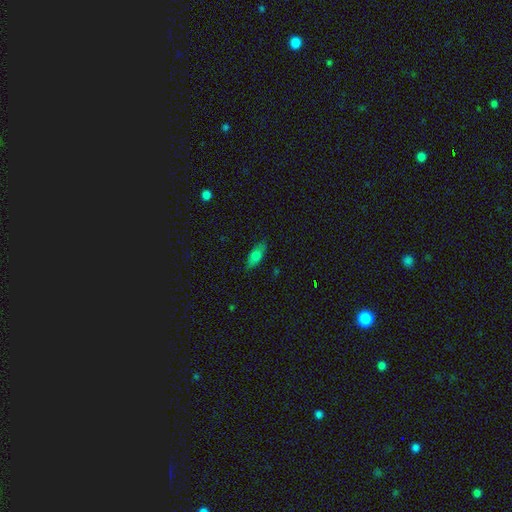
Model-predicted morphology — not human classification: The model was most divided on "how rounded": in between: 73%, cigar-shaped: 24%, round: 3%. More confident: merging — none (83%); smooth or featured — smooth (70%).